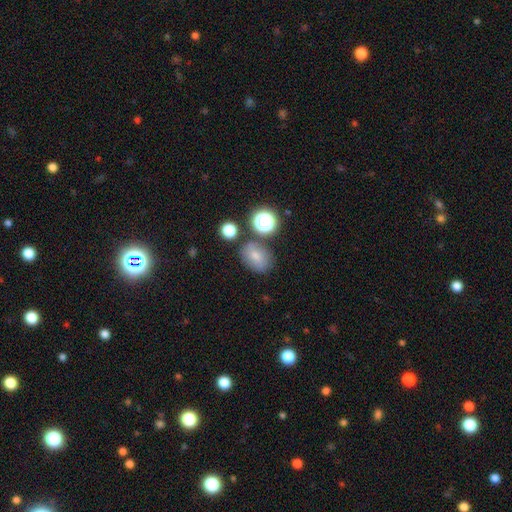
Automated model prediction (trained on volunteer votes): This is likely a smooth galaxy (71%). How rounded: likely in between (62%). Merging: likely none (68%).